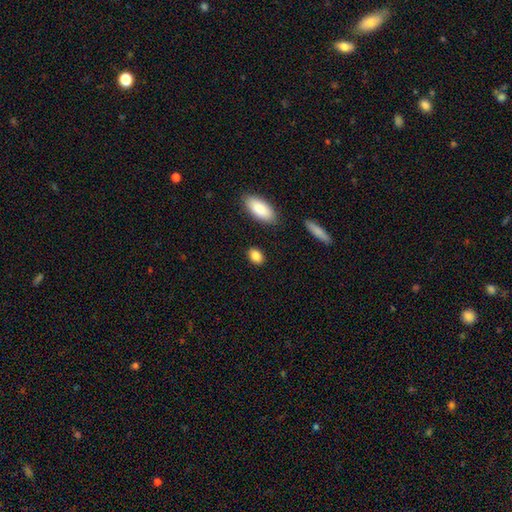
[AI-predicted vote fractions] Smooth or featured? smooth (86%)
How rounded? in between (80%)
Merging? none (86%)